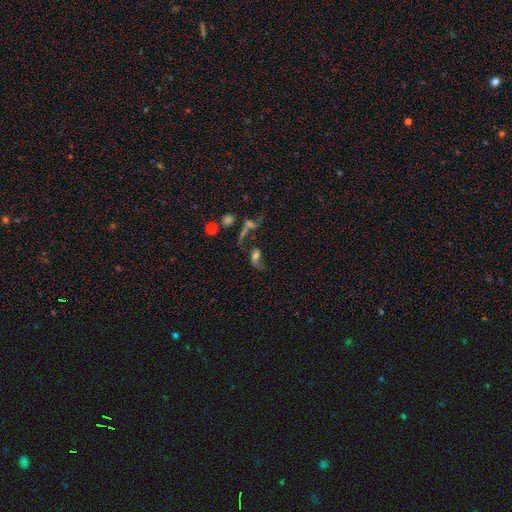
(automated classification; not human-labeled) smooth_or_featured: featured or disk (p=0.47) [alt: smooth p=0.33]
merging: none (p=0.32) [alt: major disturbance p=0.30]